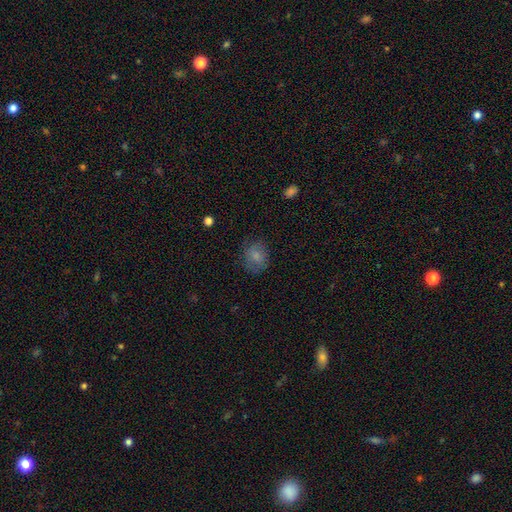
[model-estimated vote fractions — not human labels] Q: Smooth or featured?
A: smooth (77%); runner-up: featured or disk (13%)
Q: How rounded?
A: round (66%); runner-up: in between (33%)
Q: Merging?
A: none (73%); runner-up: minor disturbance (18%)